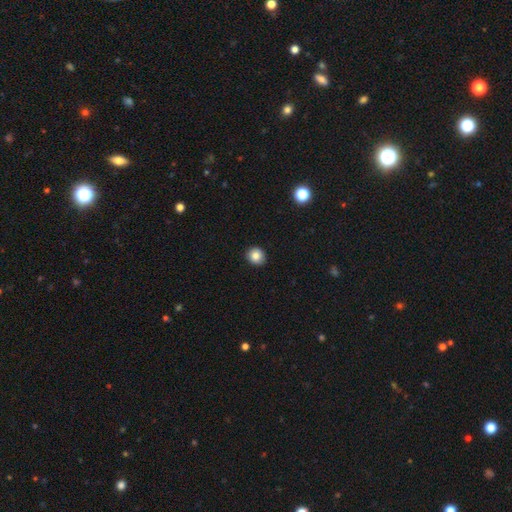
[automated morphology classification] Smooth or featured: smooth — 84% (star or artifact — 10%)
How rounded: round — 88% (in between — 11%)
Merging: none — 90% (minor disturbance — 7%)